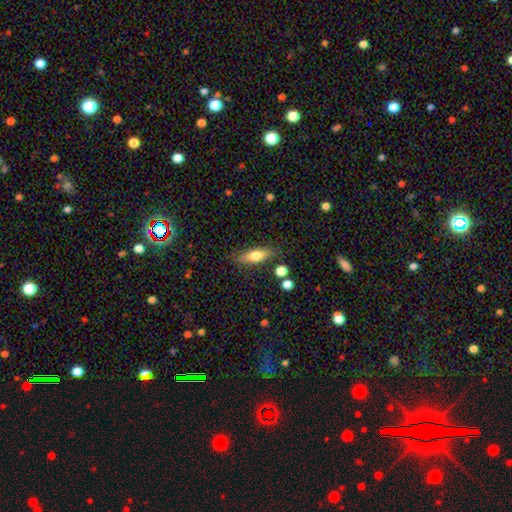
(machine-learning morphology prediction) A smooth galaxy with no disk features (69%) that is in between round and cigar-shaped (55%).

Vote fractions:
- Smooth or featured? smooth: 69% / featured or disk: 24% / star or artifact: 7%
- How rounded? in between: 55% / cigar-shaped: 42% / round: 3%
- Merging? none: 81% / minor disturbance: 13% / merger: 3% / major disturbance: 3%